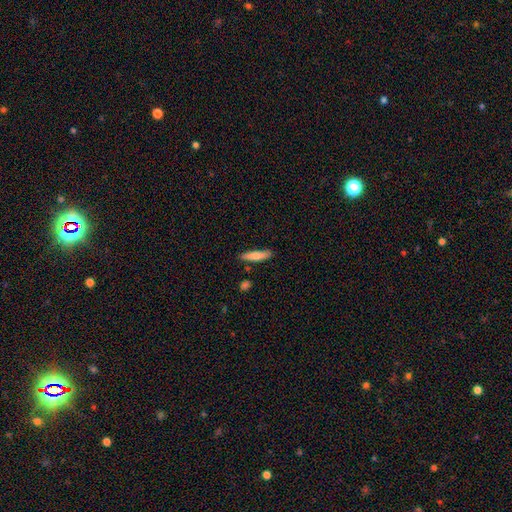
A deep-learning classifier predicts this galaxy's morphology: Smooth or featured? smooth (78%)
How rounded? cigar-shaped (79%)
Merging? none (82%)